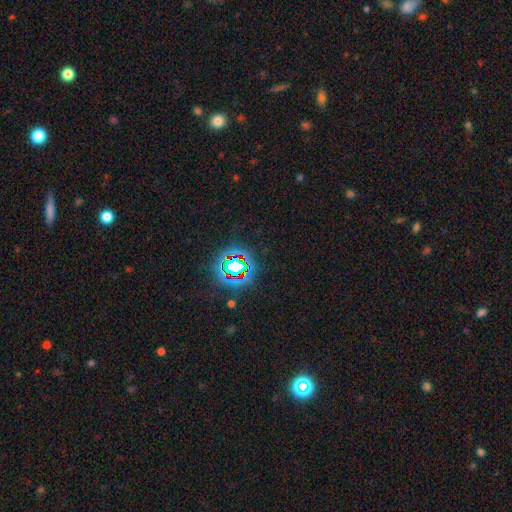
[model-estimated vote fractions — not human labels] Morphology: type=star or artifact (80%).